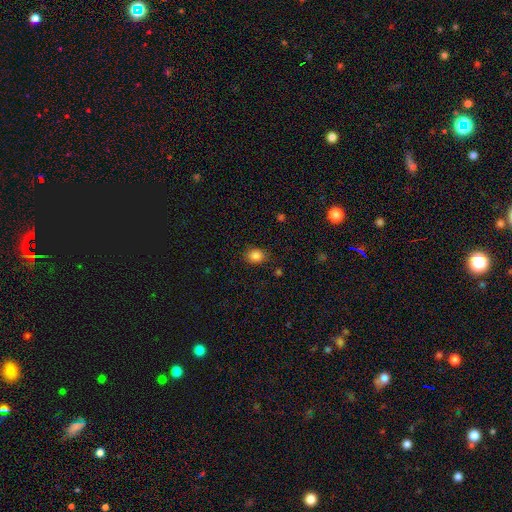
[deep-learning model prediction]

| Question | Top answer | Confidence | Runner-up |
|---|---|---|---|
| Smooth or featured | smooth | 85% | star or artifact (10%) |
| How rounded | round | 53% | in between (46%) |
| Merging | none | 84% | minor disturbance (11%) |